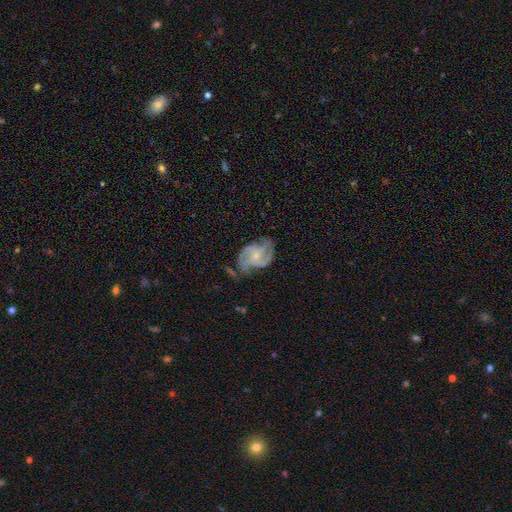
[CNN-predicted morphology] type=featured or disk (84%); edge-on=no (98%); bar=no (60%); spiral arms=yes (95%); winding=medium (51%); arm count=2 (47%); bulge=small (69%); merging=none (61%).